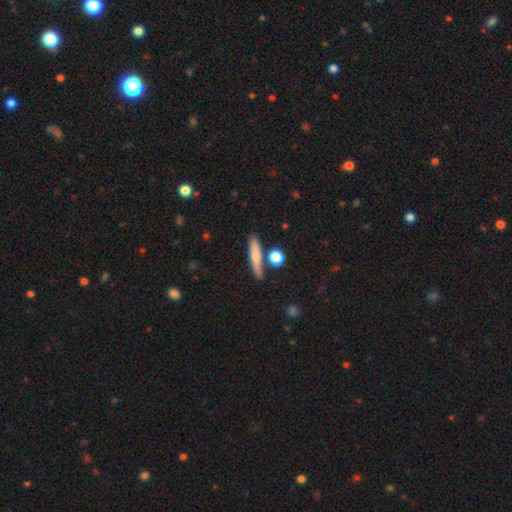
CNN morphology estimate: This is likely a smooth galaxy (70%). How rounded: likely cigar-shaped (80%). Merging: likely none (77%).